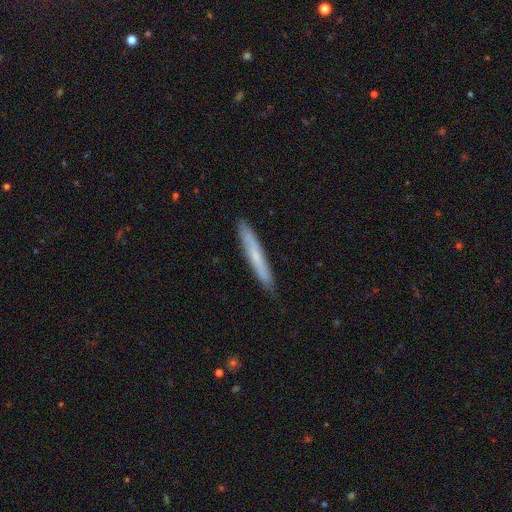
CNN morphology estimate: smooth_or_featured: smooth (p=0.61) [alt: featured or disk p=0.33]
how_rounded: cigar-shaped (p=0.96) [alt: in between p=0.03]
merging: none (p=0.87) [alt: minor disturbance p=0.10]